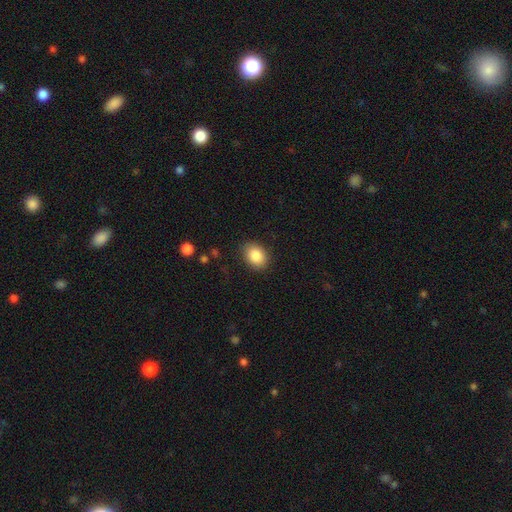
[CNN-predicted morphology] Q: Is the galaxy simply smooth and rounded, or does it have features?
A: smooth — 87%.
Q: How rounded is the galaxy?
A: in between — 65%.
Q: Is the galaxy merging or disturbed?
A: none — 87%.